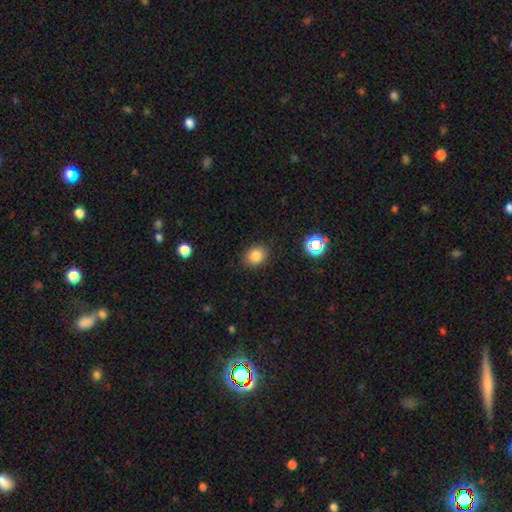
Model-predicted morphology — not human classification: This appears to be a smooth galaxy with no disk features (82%) that is round (56%). Merging: none (85%).